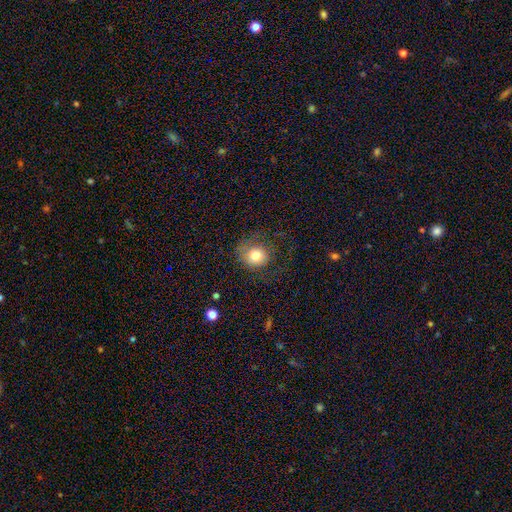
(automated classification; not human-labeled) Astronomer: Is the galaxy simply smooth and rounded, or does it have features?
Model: smooth — 75%.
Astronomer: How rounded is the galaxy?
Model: round — 82%.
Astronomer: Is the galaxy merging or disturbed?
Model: none — 60%.